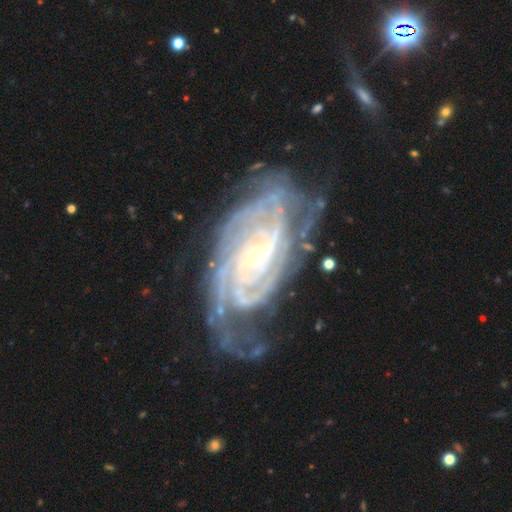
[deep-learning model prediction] smooth_or_featured: featured or disk (p=0.92) [alt: star or artifact p=0.05]
disk_edge_on: no (p=0.96) [alt: yes p=0.04]
bar: no (p=0.60) [alt: weak p=0.28]
has_spiral_arms: yes (p=0.98) [alt: no p=0.02]
spiral_winding: tight (p=0.75) [alt: medium p=0.21]
spiral_arm_count: can't tell (p=0.23) [alt: 4 p=0.20]
bulge_size: small (p=0.75) [alt: moderate p=0.21]
merging: none (p=0.62) [alt: minor disturbance p=0.22]